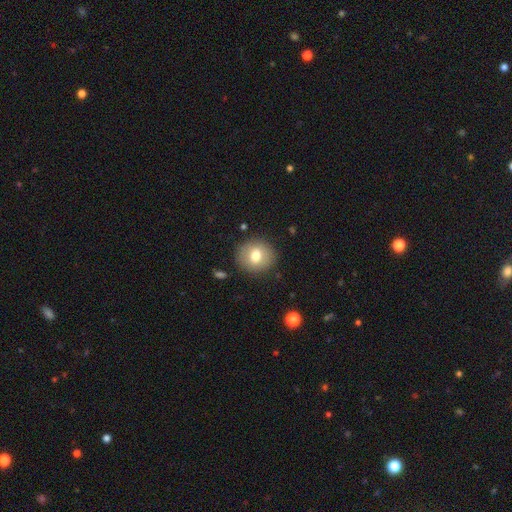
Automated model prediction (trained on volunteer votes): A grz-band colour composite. It shows a smooth galaxy with no disk features (73%) that is round (84%). Merging: none (87%).